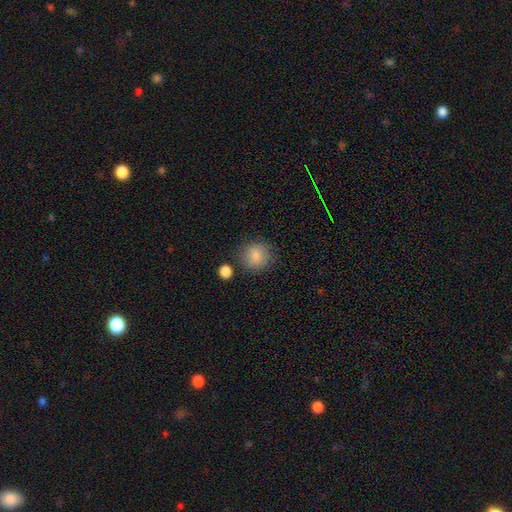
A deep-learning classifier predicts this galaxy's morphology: smooth 86%, star or artifact 9%, featured or disk 6%. Down the decision tree: how rounded — round (90%); merging — none (81%).